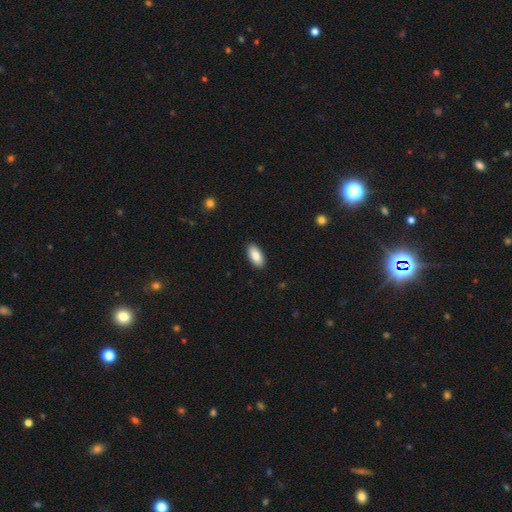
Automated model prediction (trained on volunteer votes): Smooth or featured? Predicted: smooth (p=0.88). How rounded? Predicted: in between (p=0.91). Merging? Predicted: none (p=0.90).